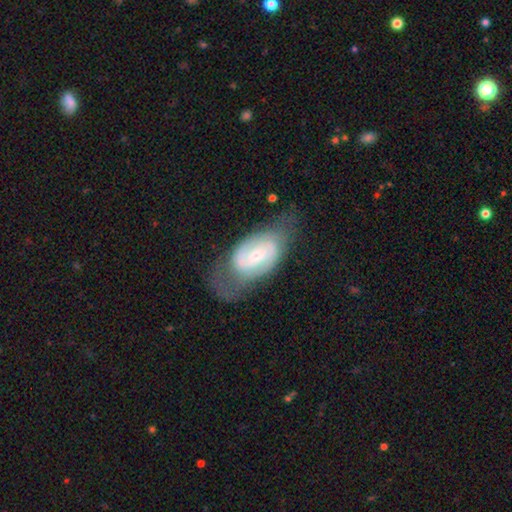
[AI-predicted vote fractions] This appears to be a featured or disk galaxy (74%) with a weak bar (48%), 2 (76%) medium (45%) spiral arms (87%) and a small central bulge (68%). Merging: none (54%).